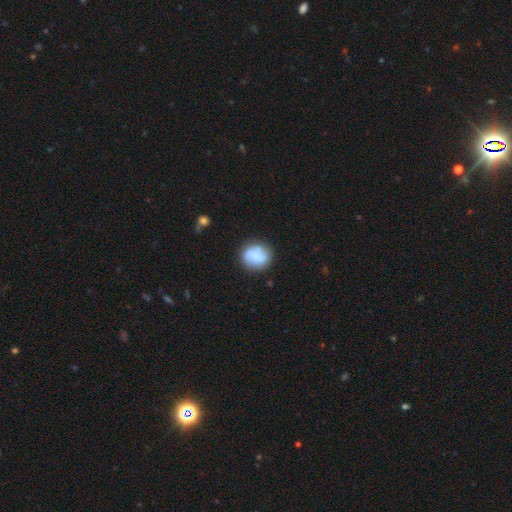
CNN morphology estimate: Q: Smooth or featured?
A: smooth (66%); runner-up: featured or disk (26%)
Q: How rounded?
A: round (74%); runner-up: in between (25%)
Q: Merging?
A: none (70%); runner-up: minor disturbance (19%)